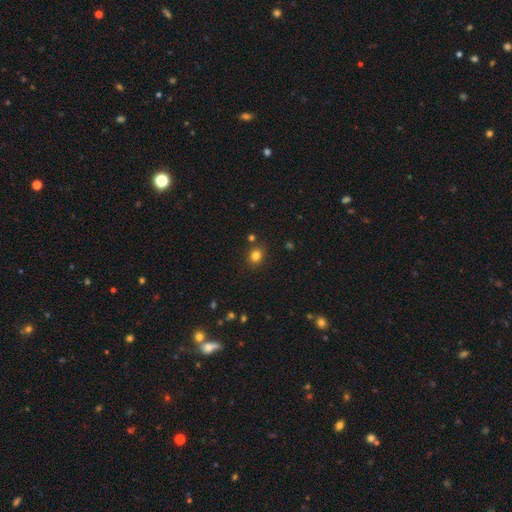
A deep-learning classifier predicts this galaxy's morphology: smooth_or_featured: smooth (p=0.81) [alt: star or artifact p=0.14]
how_rounded: round (p=0.73) [alt: in between p=0.26]
merging: none (p=0.83) [alt: minor disturbance p=0.09]